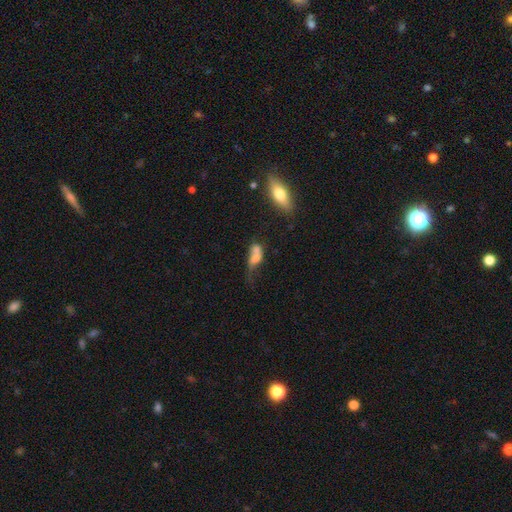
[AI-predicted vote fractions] Smooth or featured? Predicted: smooth (p=0.60). How rounded? Predicted: in between (p=0.71). Merging? Predicted: merger (p=0.46).